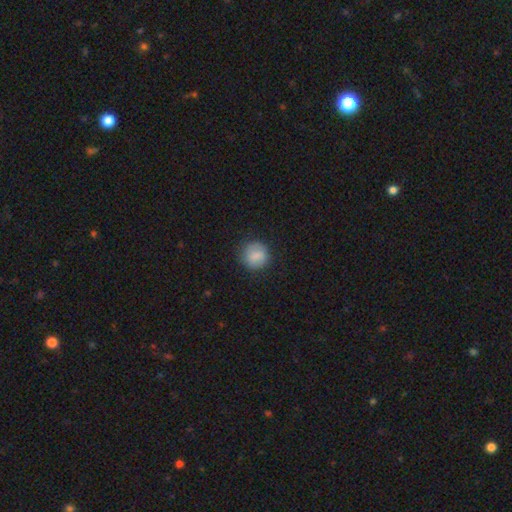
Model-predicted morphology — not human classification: Q: Smooth or featured?
A: smooth (83%); runner-up: featured or disk (10%)
Q: How rounded?
A: round (89%); runner-up: in between (10%)
Q: Merging?
A: none (80%); runner-up: minor disturbance (14%)